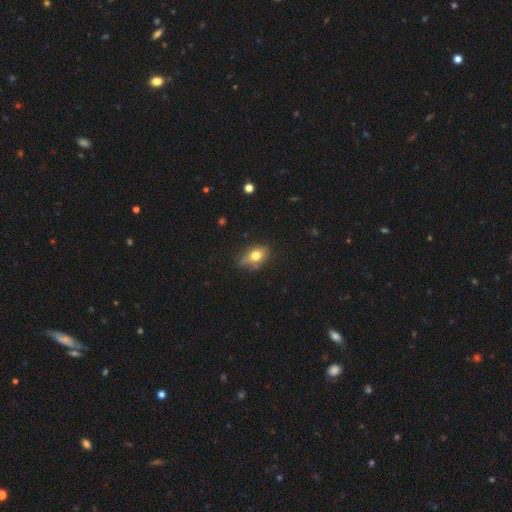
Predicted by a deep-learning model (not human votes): A smooth galaxy with no disk features (71%) that is in between round and cigar-shaped (77%).

Vote fractions:
- Smooth or featured? smooth: 71% / featured or disk: 19% / star or artifact: 10%
- How rounded? in between: 77% / round: 18% / cigar-shaped: 5%
- Merging? none: 59% / minor disturbance: 27% / merger: 7% / major disturbance: 7%